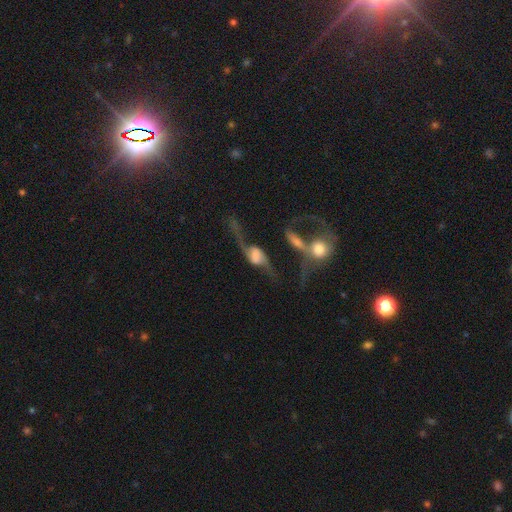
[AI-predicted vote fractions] A featured or disk galaxy (78%) with no bar (43%), 2 (88%) loose (85%) spiral arms (89%) and a large central bulge (28%, tied with none). Merging: none (33%).